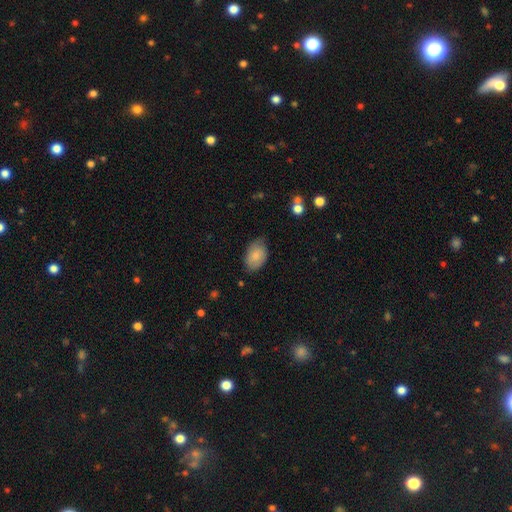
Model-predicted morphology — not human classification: Q: Smooth or featured?
A: smooth (79%); runner-up: featured or disk (15%)
Q: How rounded?
A: in between (89%); runner-up: round (10%)
Q: Merging?
A: none (67%); runner-up: minor disturbance (27%)